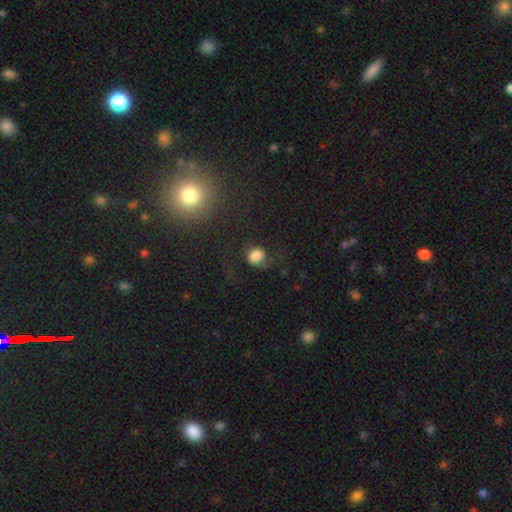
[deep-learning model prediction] Morphology: type=smooth (69%); roundness=round (66%); merging=none (49%).